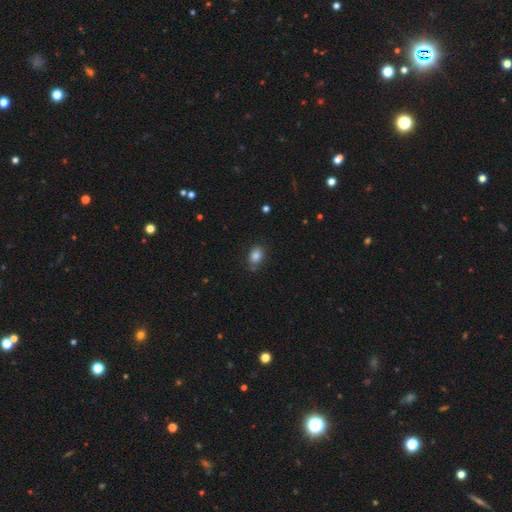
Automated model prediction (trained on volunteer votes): The model was most divided on "how rounded": in between: 71%, round: 28%, cigar-shaped: 1%. More confident: smooth or featured — smooth (84%); merging — none (77%).